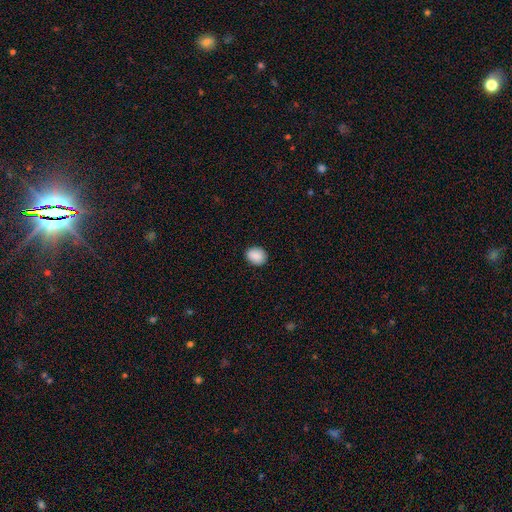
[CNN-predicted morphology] A smooth galaxy with no disk features (90%) that is round (59%).

Vote fractions:
- Smooth or featured? smooth: 90% / star or artifact: 7% / featured or disk: 3%
- How rounded? round: 59% / in between: 40% / cigar-shaped: 1%
- Merging? none: 88% / minor disturbance: 9% / major disturbance: 2% / merger: 1%